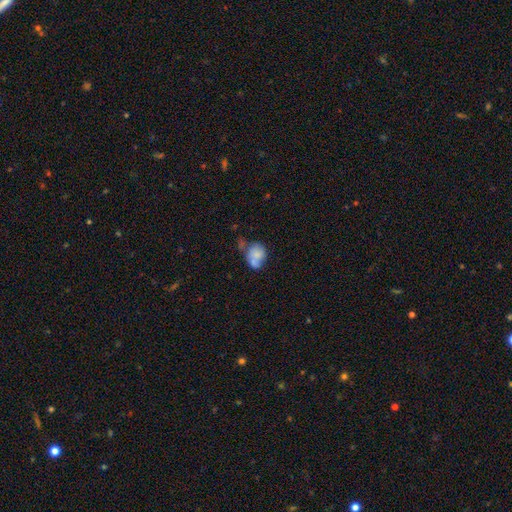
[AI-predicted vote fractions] Morphology: type=smooth (68%); roundness=in between (56%); merging=merger (36%).